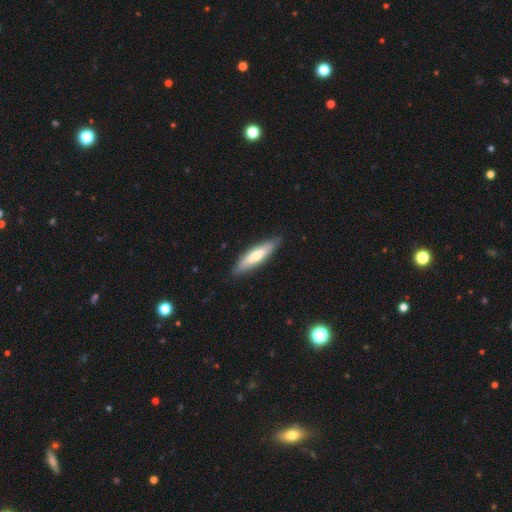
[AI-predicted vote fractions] A smooth galaxy with no disk features (60%) that is cigar-shaped (72%). Merging: none (86%).